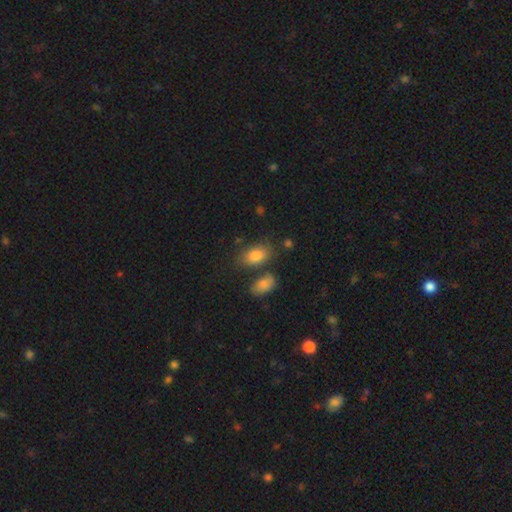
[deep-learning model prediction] smooth-or-featured: smooth: 84% | star or artifact: 8% | featured or disk: 8%
  how-rounded: in between: 89% | round: 9% | cigar-shaped: 2%
  merging: none: 66% | minor disturbance: 16% | merger: 13% | major disturbance: 5%